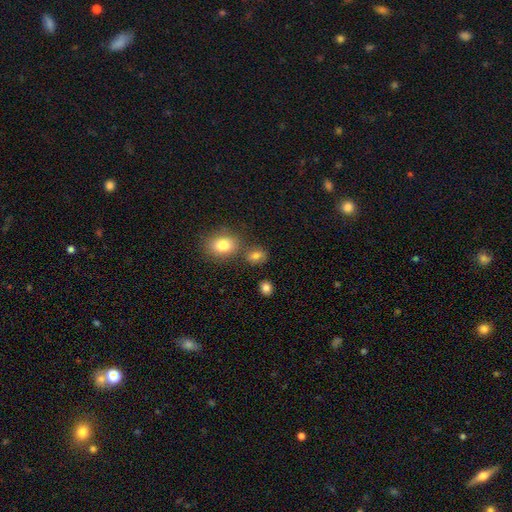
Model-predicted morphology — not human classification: This appears to be a smooth galaxy with no disk features (80%) that is in between round and cigar-shaped (58%). Merging: none (69%).